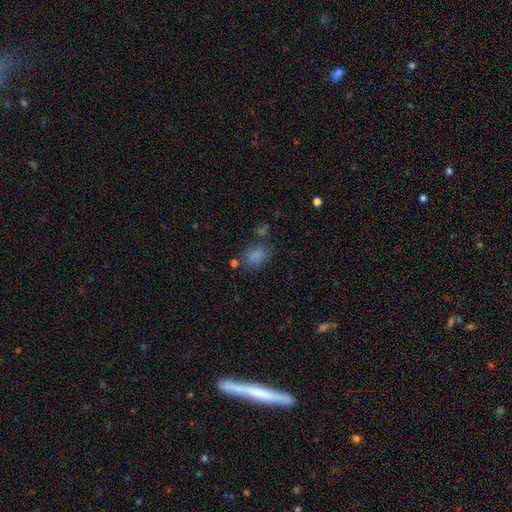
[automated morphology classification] smooth_or_featured: smooth (p=0.79) [alt: star or artifact p=0.13]
how_rounded: in between (p=0.71) [alt: round p=0.27]
merging: none (p=0.63) [alt: minor disturbance p=0.20]